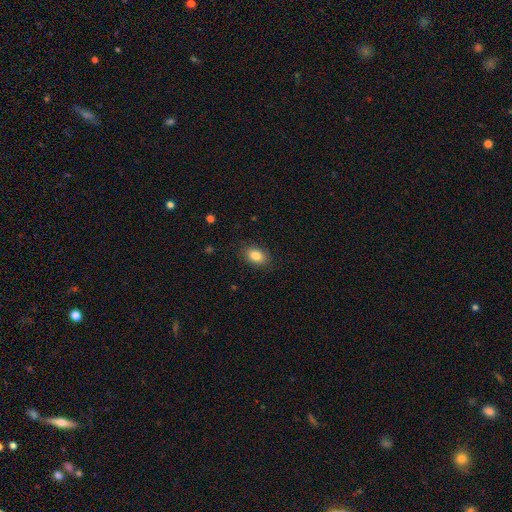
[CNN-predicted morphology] Q: Smooth or featured?
A: smooth (85%); runner-up: star or artifact (8%)
Q: How rounded?
A: in between (84%); runner-up: round (15%)
Q: Merging?
A: none (87%); runner-up: minor disturbance (10%)